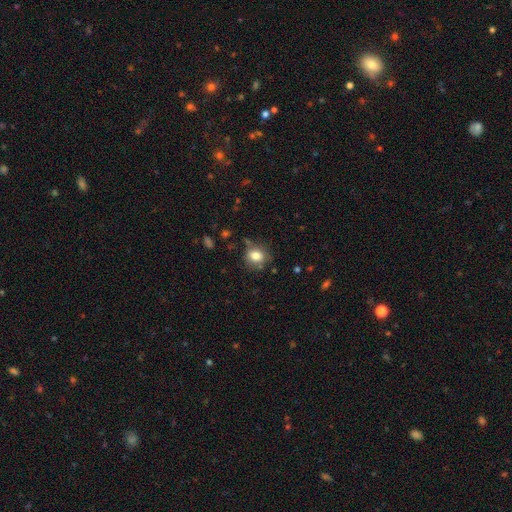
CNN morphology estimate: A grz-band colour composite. It shows a smooth galaxy with no disk features (80%) that is round (62%). Merging: none (72%).